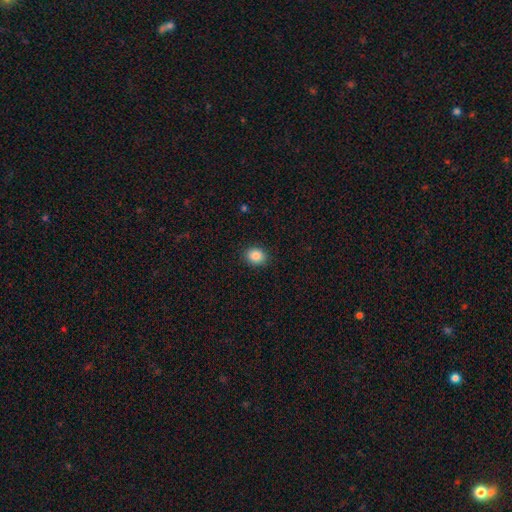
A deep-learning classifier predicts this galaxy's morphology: type=smooth (87%); roundness=round (52%); merging=none (90%).